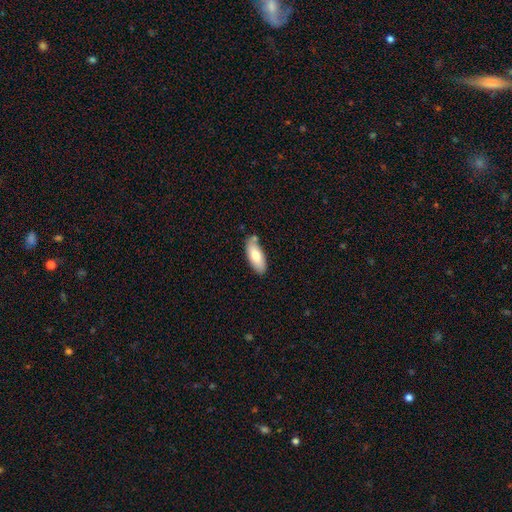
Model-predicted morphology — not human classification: Overall: smooth (73%). How rounded: in between (82%). Merging: none (72%).